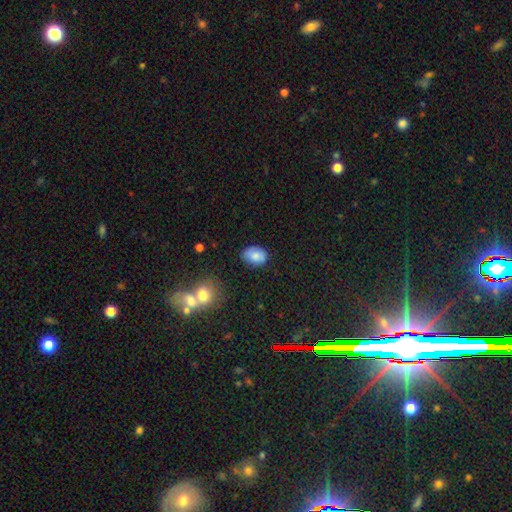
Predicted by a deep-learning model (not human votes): smooth_or_featured: smooth (p=0.78) [alt: featured or disk p=0.12]
how_rounded: in between (p=0.76) [alt: round p=0.23]
merging: none (p=0.74) [alt: minor disturbance p=0.21]